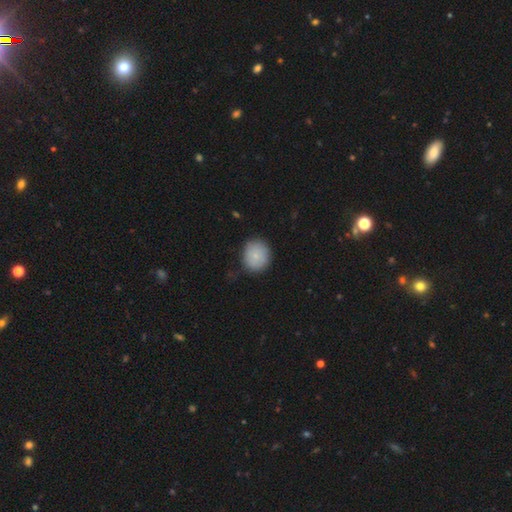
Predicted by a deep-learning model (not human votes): A smooth galaxy with no disk features (81%) that is round (81%). Merging: none (77%).